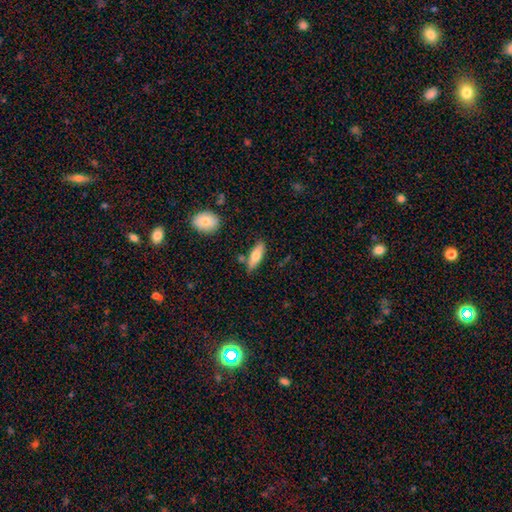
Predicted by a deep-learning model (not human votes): This is likely a smooth galaxy (73%). How rounded: possibly in between (58%). Merging: likely none (75%).